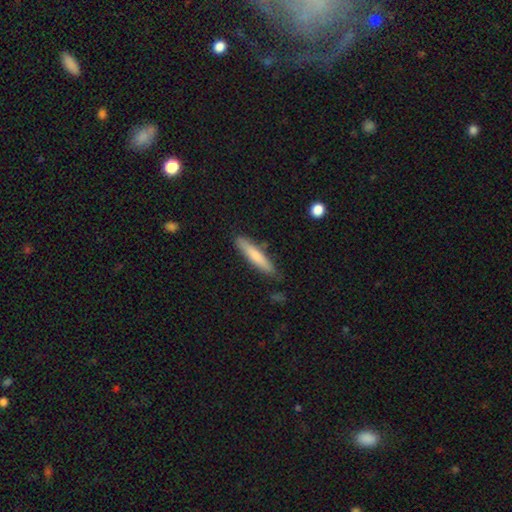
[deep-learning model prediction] The model was most divided on "smooth or featured": smooth: 74%, featured or disk: 21%, star or artifact: 5%. More confident: how rounded — cigar-shaped (90%); merging — none (82%).